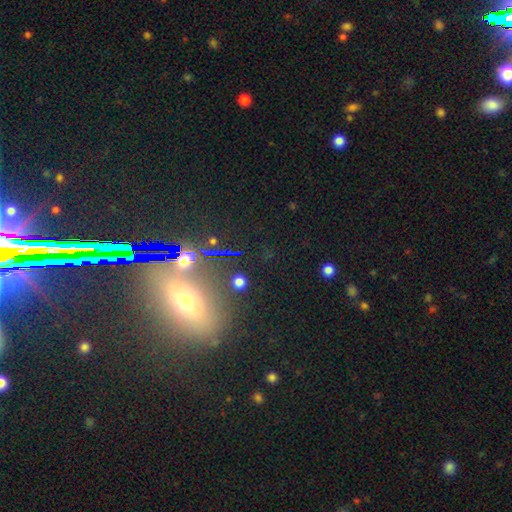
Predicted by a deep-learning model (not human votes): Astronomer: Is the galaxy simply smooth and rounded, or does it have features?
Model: star or artifact — 50% (runner-up: smooth, 30%).